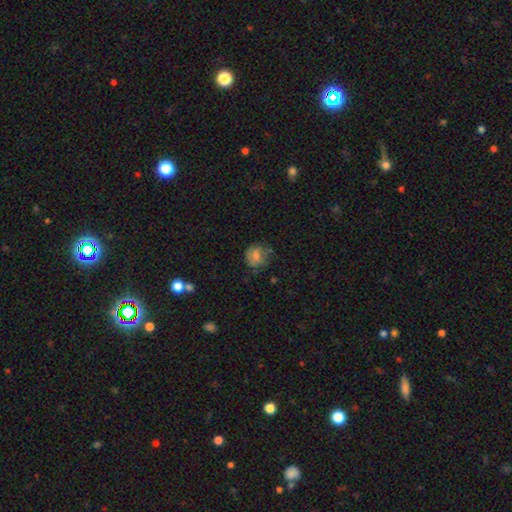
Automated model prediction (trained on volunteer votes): Smooth or featured?
  - smooth: 63% *
  - featured or disk: 24%
  - star or artifact: 13%
How rounded?
  - round: 75% *
  - in between: 24%
  - cigar-shaped: 1%
Merging?
  - none: 65% *
  - minor disturbance: 23%
  - major disturbance: 9%
  - merger: 3%